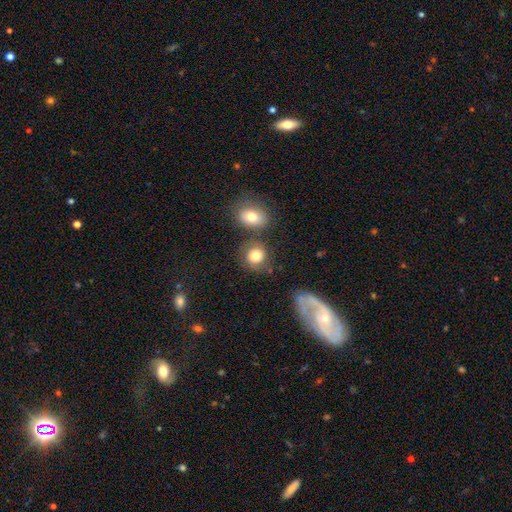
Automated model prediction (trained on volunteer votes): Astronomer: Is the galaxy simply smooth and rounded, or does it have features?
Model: smooth — 77%.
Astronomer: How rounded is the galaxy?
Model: round — 78%.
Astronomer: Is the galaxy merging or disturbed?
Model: none — 62%.